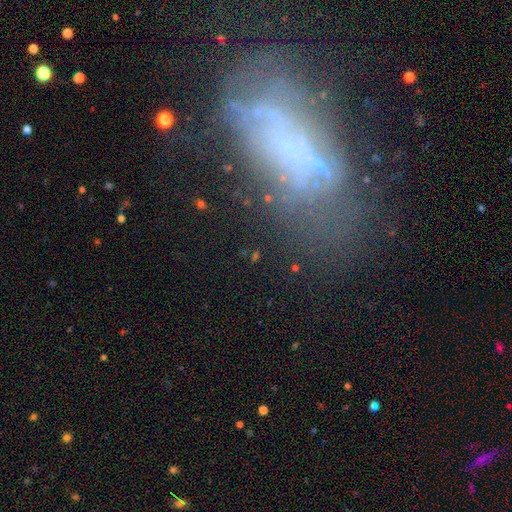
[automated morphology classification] Smooth or featured: star or artifact — 39% (featured or disk — 32%)